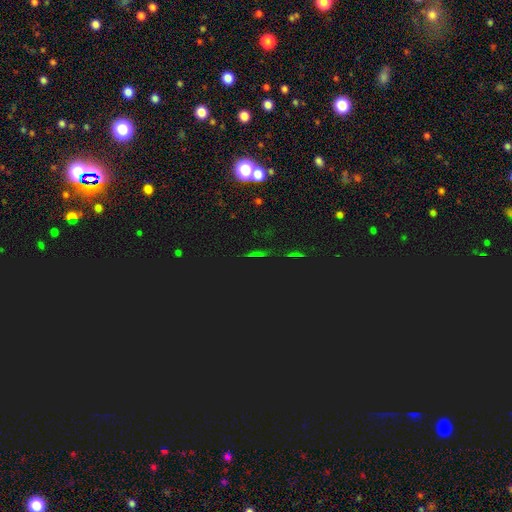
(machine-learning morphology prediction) Overall: star or artifact (72%).